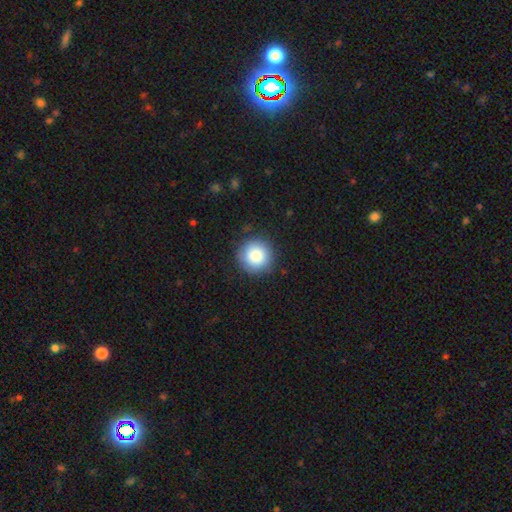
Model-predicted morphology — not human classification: A smooth galaxy with no disk features (85%) that is round (96%).

Vote fractions:
- Smooth or featured? smooth: 85% / star or artifact: 8% / featured or disk: 6%
- How rounded? round: 96% / in between: 3% / cigar-shaped: 1%
- Merging? none: 89% / minor disturbance: 8% / major disturbance: 2% / merger: 1%